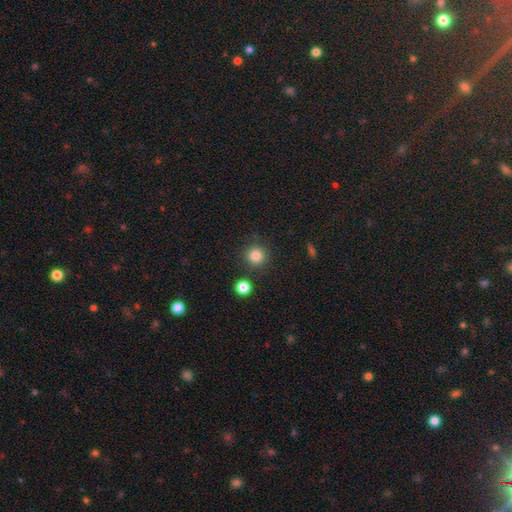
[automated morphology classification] smooth-or-featured: smooth: 84% | star or artifact: 11% | featured or disk: 4%
  how-rounded: round: 94% | in between: 5% | cigar-shaped: 1%
  merging: none: 87% | minor disturbance: 6% | merger: 4% | major disturbance: 3%